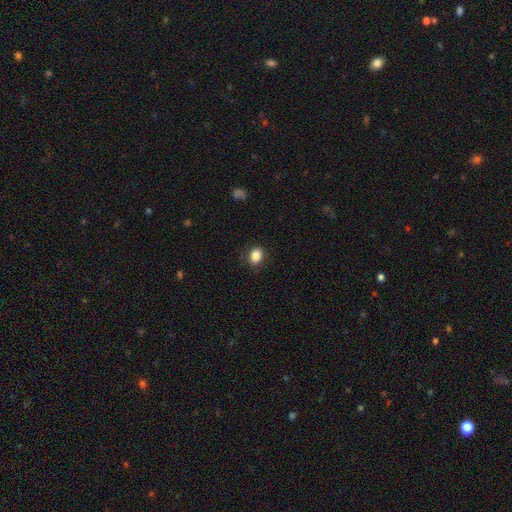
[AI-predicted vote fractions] Smooth or featured?
  - smooth: 86% *
  - star or artifact: 9%
  - featured or disk: 5%
How rounded?
  - in between: 60% *
  - round: 39%
  - cigar-shaped: 1%
Merging?
  - none: 84% *
  - minor disturbance: 11%
  - major disturbance: 3%
  - merger: 1%